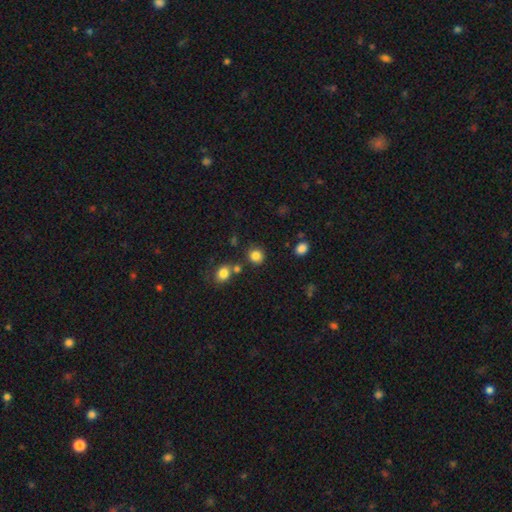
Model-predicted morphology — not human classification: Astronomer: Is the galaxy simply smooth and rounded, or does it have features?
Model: smooth — 84%.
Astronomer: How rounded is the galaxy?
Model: round — 87%.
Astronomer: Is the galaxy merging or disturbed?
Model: none — 81%.